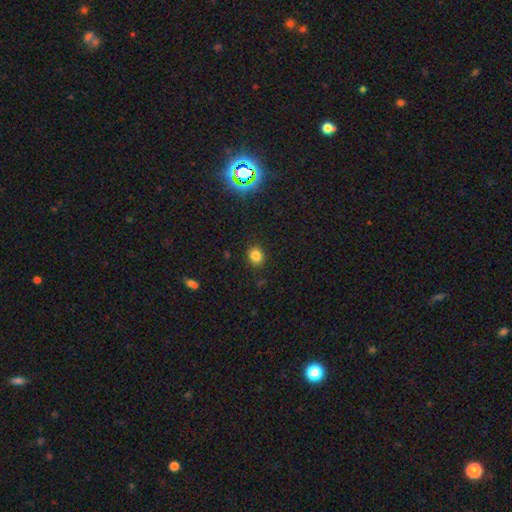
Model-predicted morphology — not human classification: A smooth galaxy with no disk features (81%) that is round (73%). Merging: none (88%).